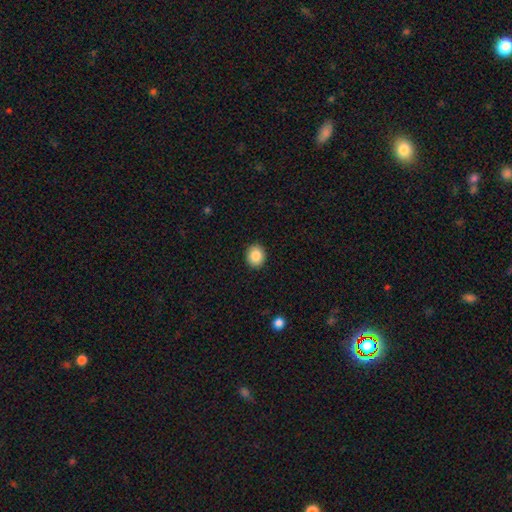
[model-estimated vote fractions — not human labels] The model was most divided on "how rounded": round: 65%, in between: 34%, cigar-shaped: 1%. More confident: merging — none (91%); smooth or featured — smooth (86%).